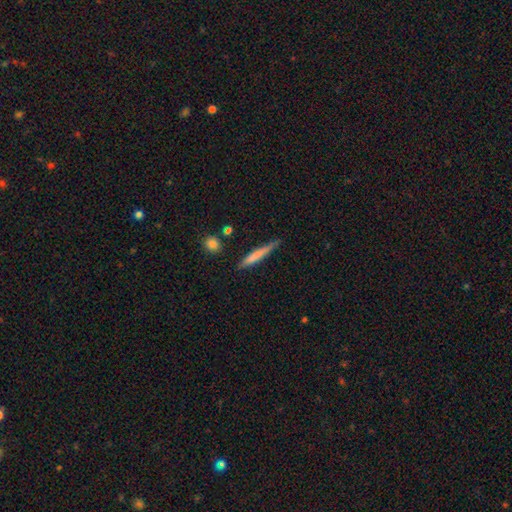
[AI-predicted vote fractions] This is likely a smooth galaxy (66%). How rounded: clearly cigar-shaped (94%). Merging: likely none (76%).